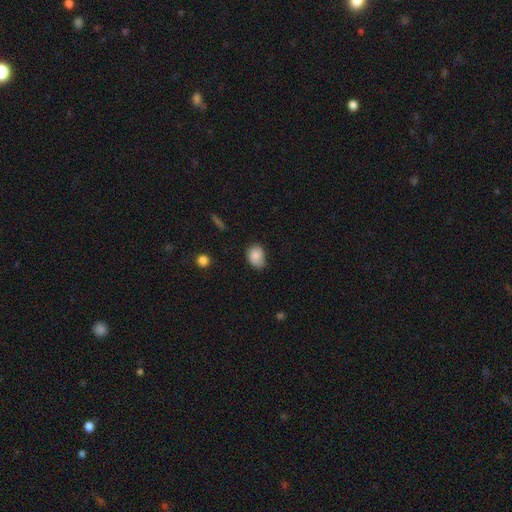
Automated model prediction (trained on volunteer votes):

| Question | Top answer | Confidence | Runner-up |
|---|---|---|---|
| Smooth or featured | smooth | 83% | star or artifact (8%) |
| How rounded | in between | 66% | round (33%) |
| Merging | none | 58% | minor disturbance (34%) |